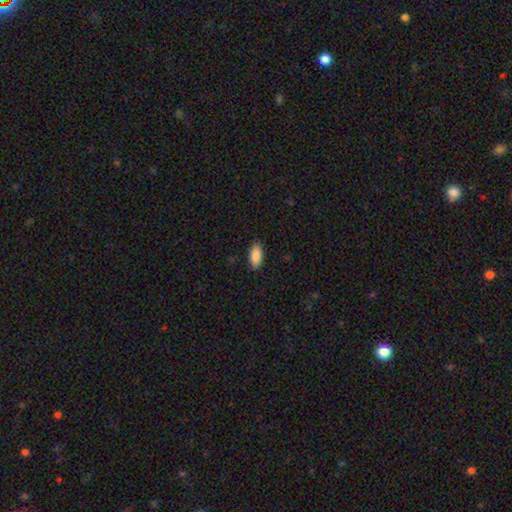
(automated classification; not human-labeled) Overall: smooth (89%). How rounded: in between (90%). Merging: none (87%).